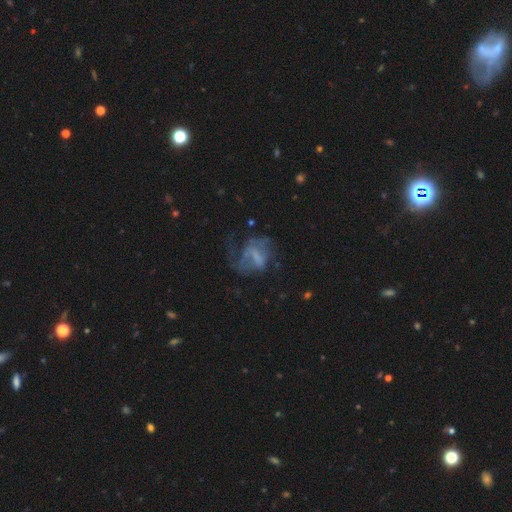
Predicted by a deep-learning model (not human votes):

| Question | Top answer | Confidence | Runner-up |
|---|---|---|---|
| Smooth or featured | featured or disk | 56% | smooth (32%) |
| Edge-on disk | no | 96% | yes (4%) |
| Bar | no | 43% | weak (36%) |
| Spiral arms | no | 54% | yes (46%) |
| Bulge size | none | 55% | moderate (18%) |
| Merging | major disturbance | 48% | none (29%) |